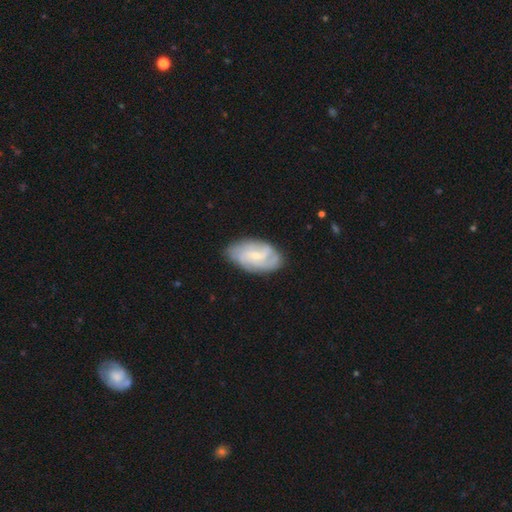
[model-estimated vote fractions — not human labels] Smooth or featured: featured or disk — 73% (smooth — 21%)
Edge-on disk: no — 96% (yes — 4%)
Bar: no — 46% (weak — 45%)
Spiral arms: yes — 93% (no — 7%)
Spiral winding: tight — 49% (medium — 38%)
Spiral arm count: can't tell — 31% (3 — 25%)
Bulge size: small — 69% (moderate — 23%)
Merging: none — 77% (minor disturbance — 17%)